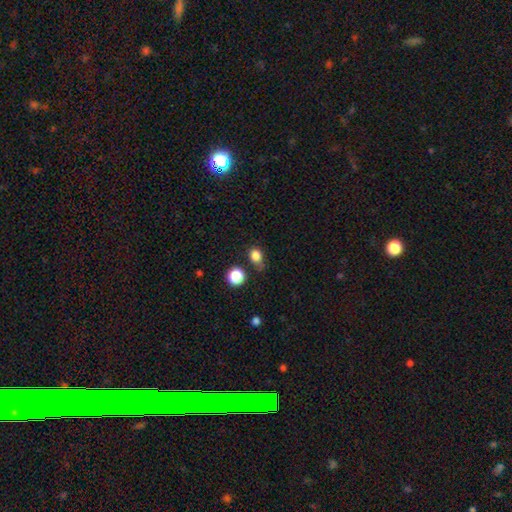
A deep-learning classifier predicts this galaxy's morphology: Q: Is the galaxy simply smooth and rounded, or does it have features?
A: smooth — 83%.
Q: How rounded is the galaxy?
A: round — 60%.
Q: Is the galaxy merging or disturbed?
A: none — 63%.